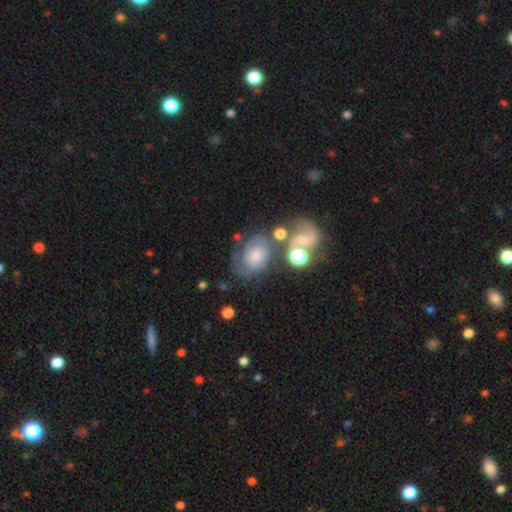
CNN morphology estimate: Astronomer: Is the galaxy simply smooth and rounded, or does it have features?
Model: featured or disk — 62%.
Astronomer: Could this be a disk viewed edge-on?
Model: no — 97%.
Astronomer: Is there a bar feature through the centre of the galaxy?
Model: no — 69%.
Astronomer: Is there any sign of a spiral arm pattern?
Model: yes — 88%.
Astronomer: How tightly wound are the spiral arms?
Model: medium — 42% (runner-up: tight, 40%).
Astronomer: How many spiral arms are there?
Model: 2 — 60%.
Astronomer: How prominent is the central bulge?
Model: moderate — 40% (runner-up: small, 39%).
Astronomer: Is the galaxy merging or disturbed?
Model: none — 48%.